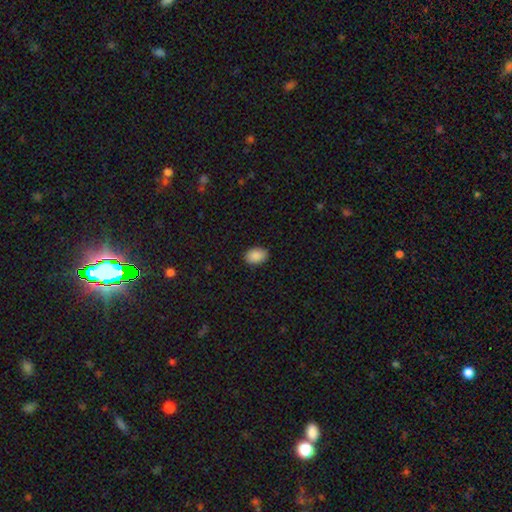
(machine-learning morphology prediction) Smooth or featured? smooth (90%)
How rounded? in between (80%)
Merging? none (89%)